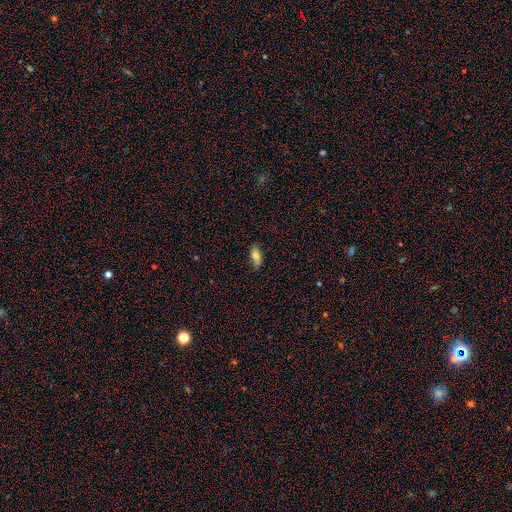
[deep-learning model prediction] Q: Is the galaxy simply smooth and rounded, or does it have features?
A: smooth — 77%.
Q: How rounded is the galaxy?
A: in between — 86%.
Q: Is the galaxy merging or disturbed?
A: none — 70%.